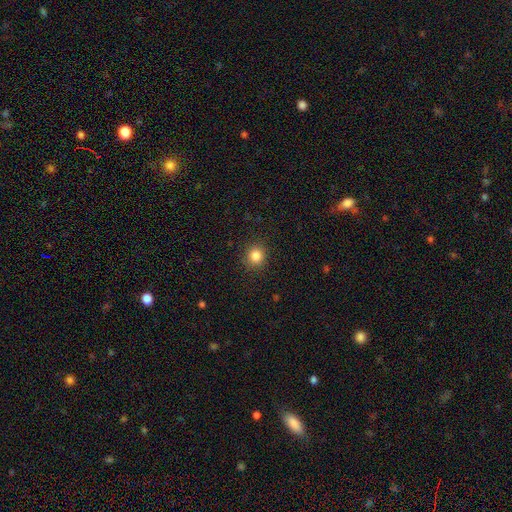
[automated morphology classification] A smooth galaxy with no disk features (84%) that is round (89%). Merging: none (89%).